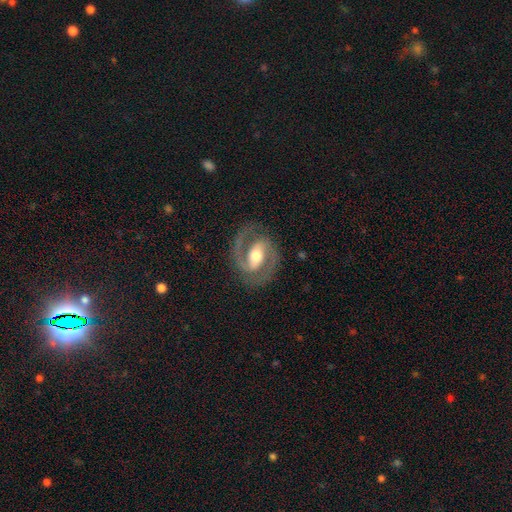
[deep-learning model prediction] featured or disk 89%, smooth 7%, star or artifact 4%. Down the decision tree: edge-on disk — no (97%); bar — strong (44%); spiral arms — yes (96%); spiral arm count — 2 (92%); spiral winding — medium (59%); bulge size — moderate (68%); merging — none (82%).